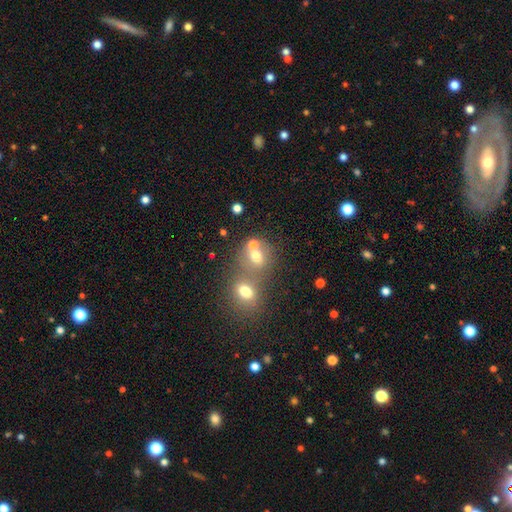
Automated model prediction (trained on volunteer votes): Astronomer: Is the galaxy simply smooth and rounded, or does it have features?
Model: smooth — 65%.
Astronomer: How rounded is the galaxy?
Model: round — 68%.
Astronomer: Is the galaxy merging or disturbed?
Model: merger — 47% (runner-up: none, 38%).